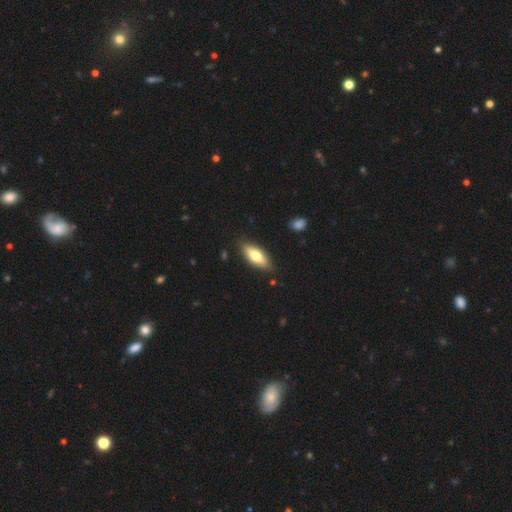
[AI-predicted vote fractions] This is likely a smooth galaxy (66%). How rounded: likely in between (67%). Merging: clearly none (86%).